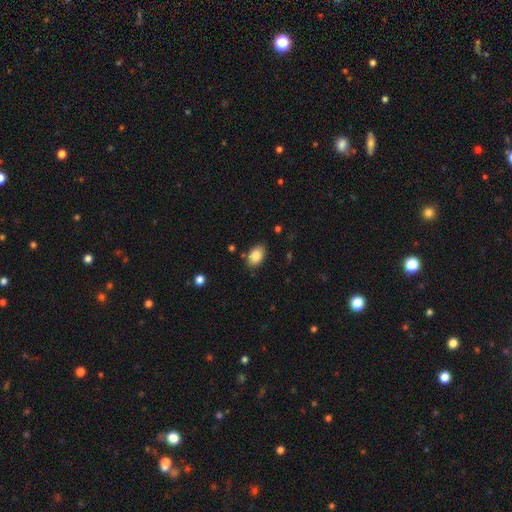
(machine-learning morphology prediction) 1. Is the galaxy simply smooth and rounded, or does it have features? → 84% smooth, 9% featured or disk, 8% star or artifact.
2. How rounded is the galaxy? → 85% in between, 14% round, 1% cigar-shaped.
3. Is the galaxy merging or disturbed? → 83% none, 12% minor disturbance, 2% major disturbance, 2% merger.